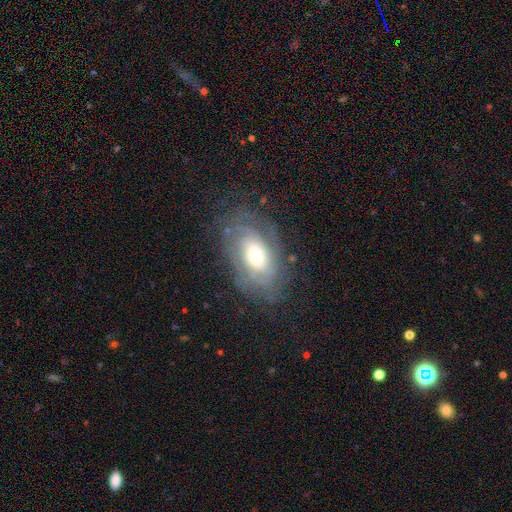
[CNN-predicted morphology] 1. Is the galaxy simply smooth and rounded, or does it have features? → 72% featured or disk, 21% smooth, 8% star or artifact.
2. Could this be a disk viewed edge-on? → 95% no, 5% yes.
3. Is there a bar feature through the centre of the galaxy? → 74% no, 20% weak, 6% strong.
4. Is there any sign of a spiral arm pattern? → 86% yes, 14% no.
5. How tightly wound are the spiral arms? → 63% tight, 28% medium, 9% loose.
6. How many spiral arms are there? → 46% can't tell, 24% 2, 12% 3, 6% 4, 6% 1, 5% more than 4.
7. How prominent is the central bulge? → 43% large, 38% moderate, 10% small, 7% dominant, 2% none.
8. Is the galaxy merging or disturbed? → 70% none, 19% minor disturbance, 10% major disturbance, 1% merger.